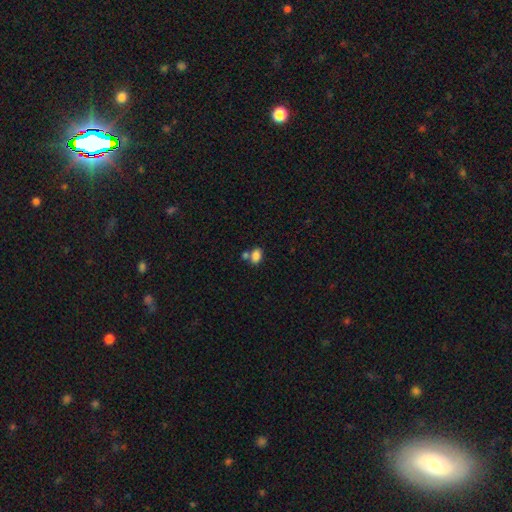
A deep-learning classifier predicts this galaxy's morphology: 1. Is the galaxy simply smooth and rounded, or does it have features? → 84% smooth, 9% star or artifact, 6% featured or disk.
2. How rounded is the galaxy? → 82% in between, 17% round, 1% cigar-shaped.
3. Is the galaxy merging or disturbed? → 52% none, 33% merger, 11% minor disturbance, 4% major disturbance.